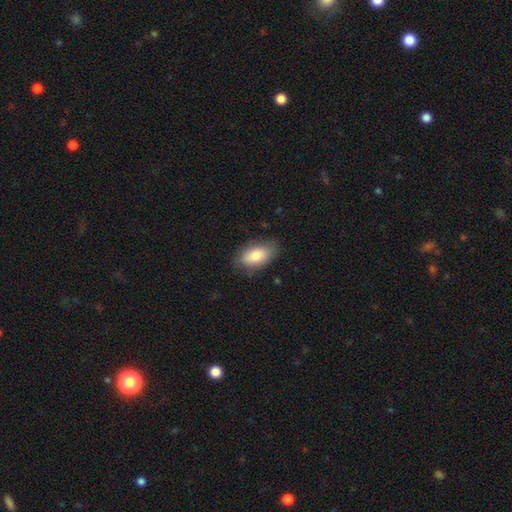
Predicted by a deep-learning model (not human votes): Smooth or featured?
  - smooth: 80% *
  - featured or disk: 13%
  - star or artifact: 7%
How rounded?
  - in between: 92% *
  - round: 5%
  - cigar-shaped: 3%
Merging?
  - none: 74% *
  - minor disturbance: 20%
  - major disturbance: 4%
  - merger: 1%